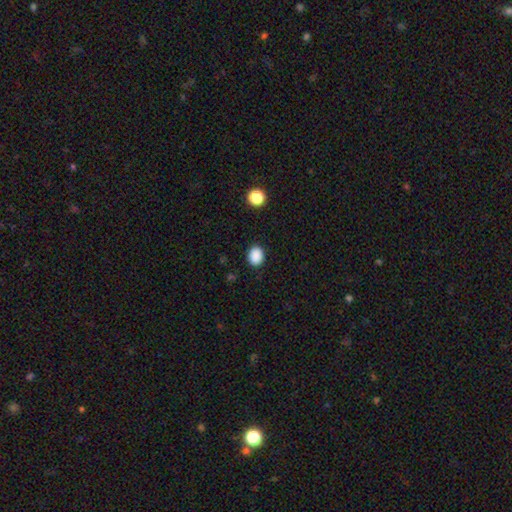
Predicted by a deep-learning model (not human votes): The model was most divided on "how rounded": round: 54%, in between: 45%, cigar-shaped: 1%. More confident: merging — none (90%); smooth or featured — smooth (88%).